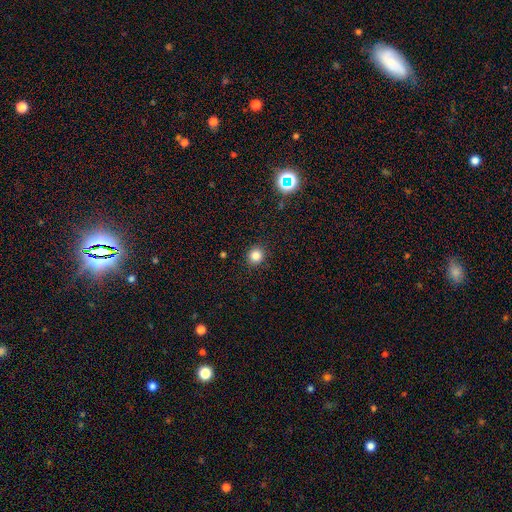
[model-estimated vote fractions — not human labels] This is clearly a smooth galaxy (83%). How rounded: clearly round (89%). Merging: clearly none (90%).